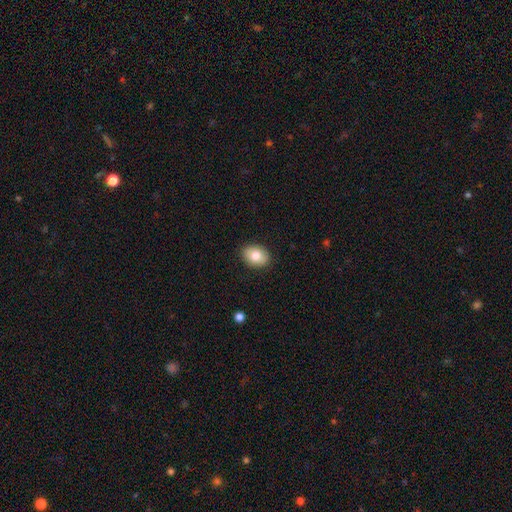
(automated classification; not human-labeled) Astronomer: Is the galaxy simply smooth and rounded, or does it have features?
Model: smooth — 81%.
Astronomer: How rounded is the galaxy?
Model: in between — 70%.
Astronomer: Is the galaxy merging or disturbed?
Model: none — 89%.